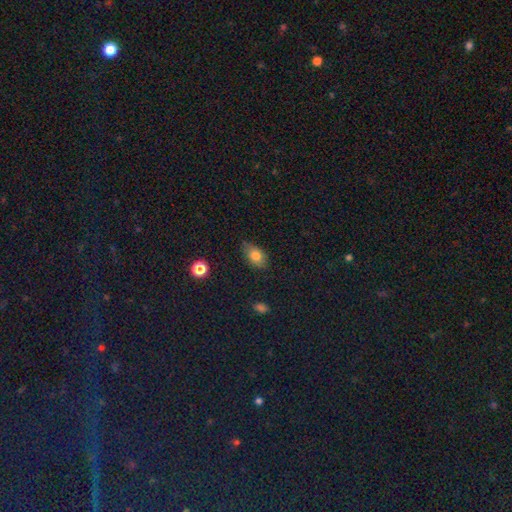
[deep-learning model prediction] smooth_or_featured: smooth (p=0.79) [alt: featured or disk p=0.11]
how_rounded: in between (p=0.85) [alt: round p=0.12]
merging: none (p=0.74) [alt: minor disturbance p=0.21]